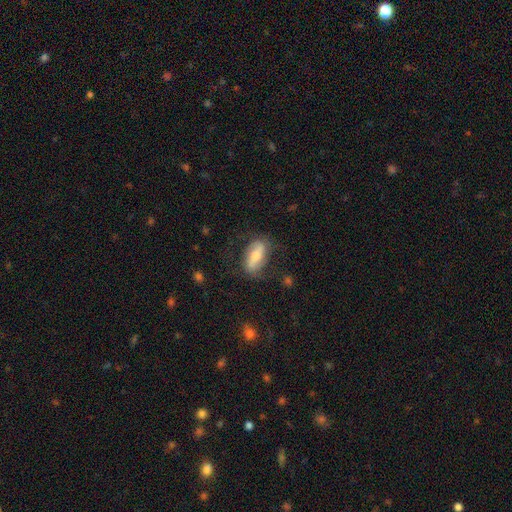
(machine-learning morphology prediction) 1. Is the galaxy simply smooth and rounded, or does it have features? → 48% featured or disk, 45% smooth, 7% star or artifact.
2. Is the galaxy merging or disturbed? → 70% none, 20% minor disturbance, 9% major disturbance, 2% merger.